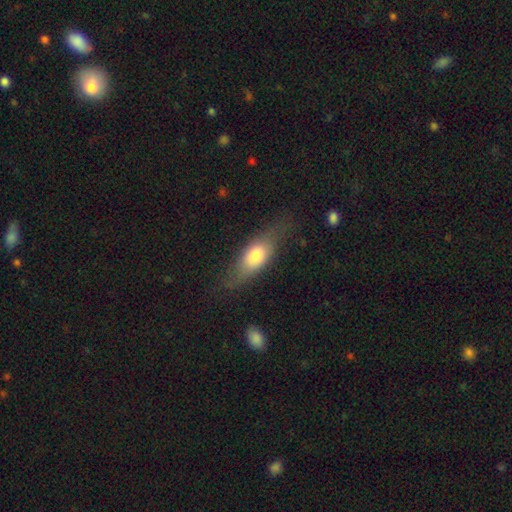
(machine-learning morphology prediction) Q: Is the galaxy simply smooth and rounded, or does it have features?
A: smooth — 66%.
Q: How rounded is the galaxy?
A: in between — 73%.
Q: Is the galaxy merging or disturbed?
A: none — 66%.